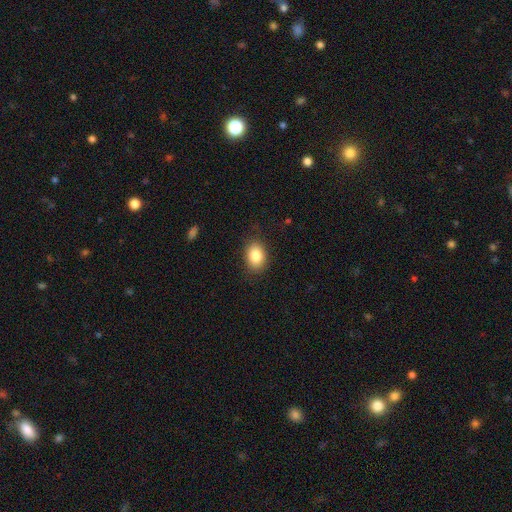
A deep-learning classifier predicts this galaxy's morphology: The model was most divided on "how rounded": in between: 75%, round: 24%, cigar-shaped: 1%. More confident: merging — none (85%); smooth or featured — smooth (85%).